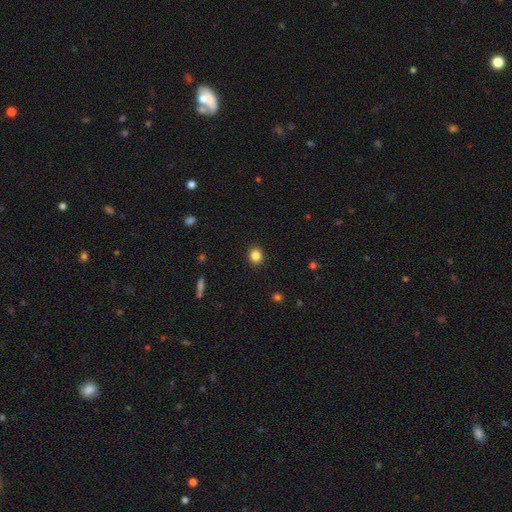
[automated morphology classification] The model was most divided on "how rounded": round: 77%, in between: 22%, cigar-shaped: 1%. More confident: merging — none (91%); smooth or featured — smooth (85%).